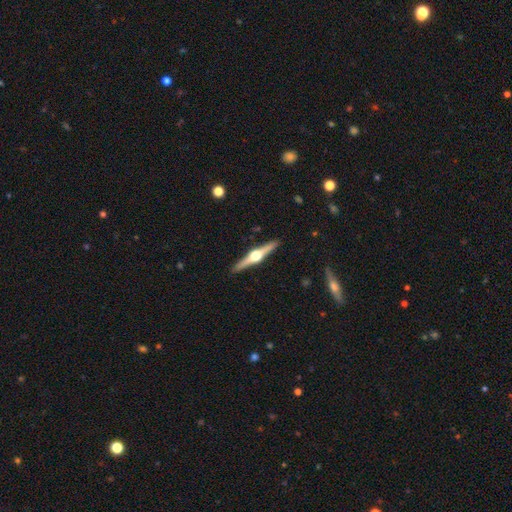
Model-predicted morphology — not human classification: smooth_or_featured: featured or disk (p=0.83) [alt: smooth p=0.13]
disk_edge_on: yes (p=0.98) [alt: no p=0.02]
edge_on_bulge: rounded (p=0.96) [alt: boxy p=0.02]
merging: none (p=0.92) [alt: minor disturbance p=0.06]